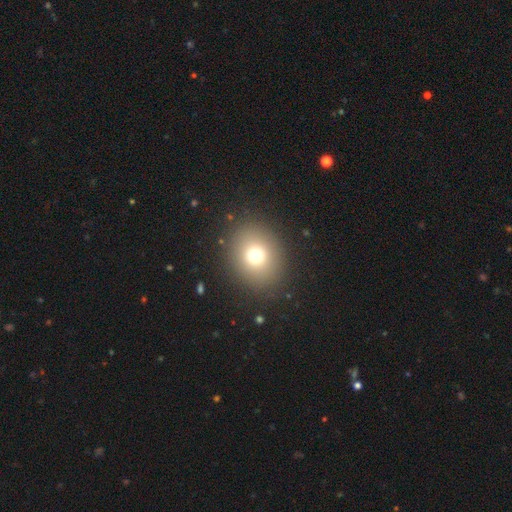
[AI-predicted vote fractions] smooth-or-featured: smooth: 72% | star or artifact: 16% | featured or disk: 12%
  how-rounded: round: 70% | in between: 29% | cigar-shaped: 1%
  merging: none: 87% | minor disturbance: 7% | major disturbance: 4% | merger: 1%